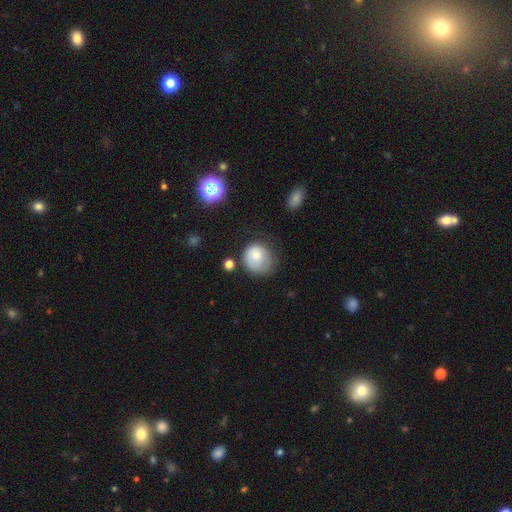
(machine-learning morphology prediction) Smooth or featured: smooth — 75% (featured or disk — 17%)
How rounded: round — 77% (in between — 23%)
Merging: none — 47% (minor disturbance — 31%)